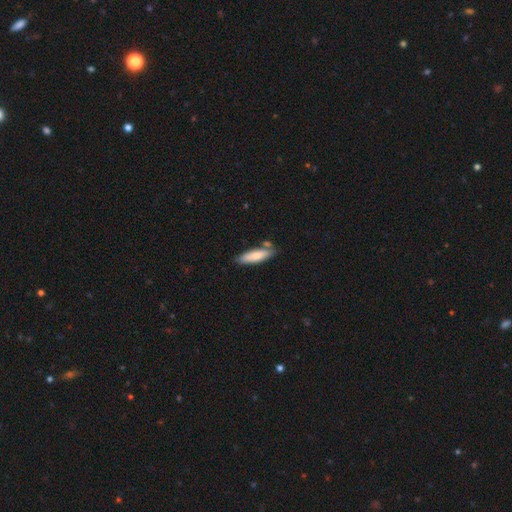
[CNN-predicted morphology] This is likely a smooth galaxy (78%). How rounded: likely cigar-shaped (63%). Merging: likely none (74%).